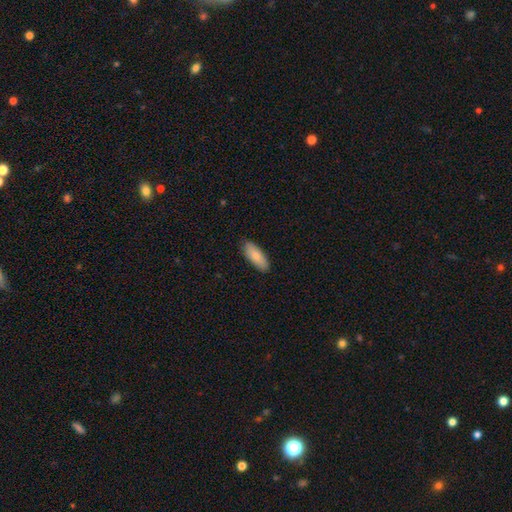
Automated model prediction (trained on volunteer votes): Q: Smooth or featured?
A: smooth (85%); runner-up: featured or disk (10%)
Q: How rounded?
A: in between (76%); runner-up: cigar-shaped (22%)
Q: Merging?
A: none (88%); runner-up: minor disturbance (9%)